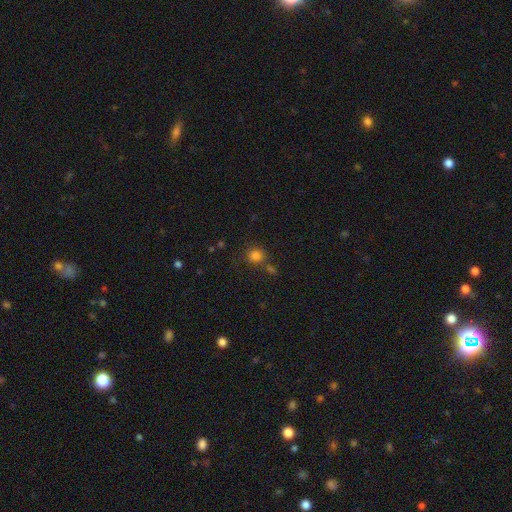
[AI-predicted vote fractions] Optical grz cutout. It shows a smooth galaxy with no disk features (79%) that is round (86%). Merging: none (70%).